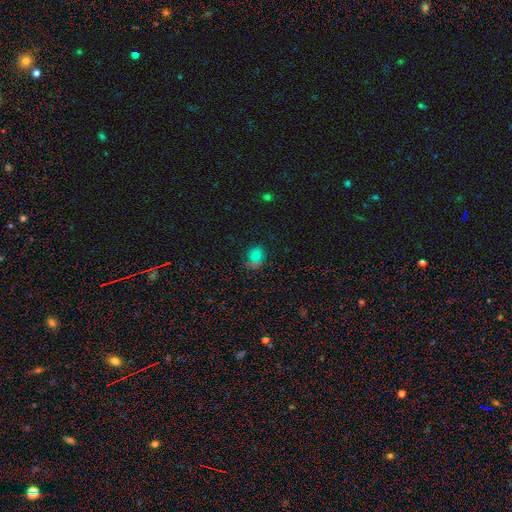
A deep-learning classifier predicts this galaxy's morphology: Smooth or featured: smooth — 69% (star or artifact — 22%)
How rounded: round — 54% (in between — 44%)
Merging: none — 67% (minor disturbance — 19%)